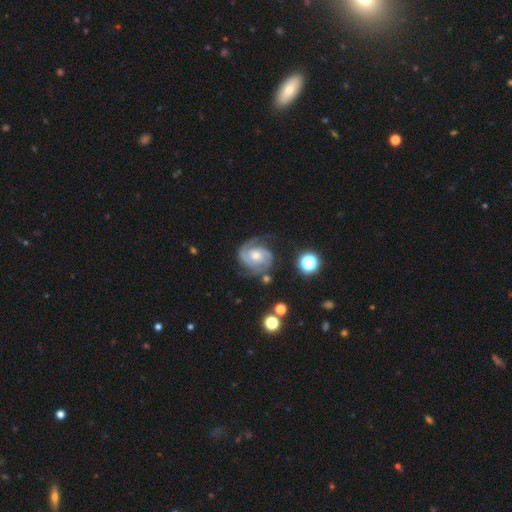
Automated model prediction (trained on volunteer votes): A featured or disk galaxy (87%) with no bar (65%), 2 (69%) tight (53%) spiral arms (97%) and a moderate central bulge (65%). Merging: none (68%).